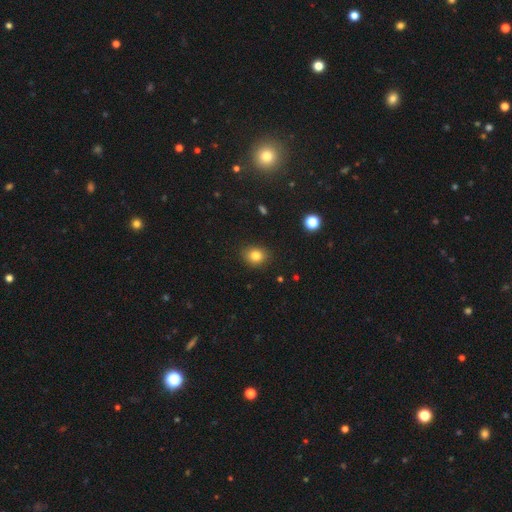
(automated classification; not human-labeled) Overall: smooth (82%). How rounded: round (61%; in between 38%). Merging: none (87%).